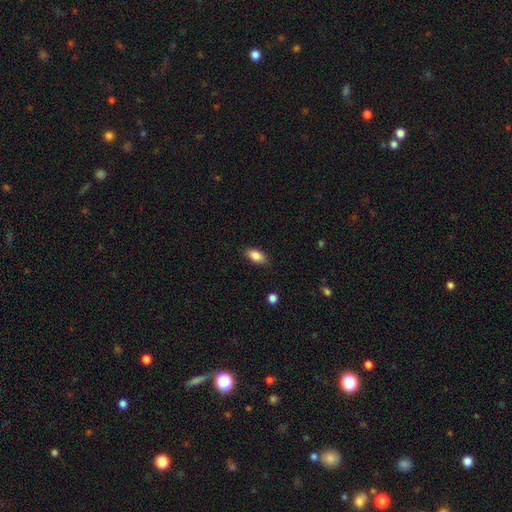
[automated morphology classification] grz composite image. It shows a smooth galaxy with no disk features (85%) that is in between round and cigar-shaped (90%). Merging: none (86%).